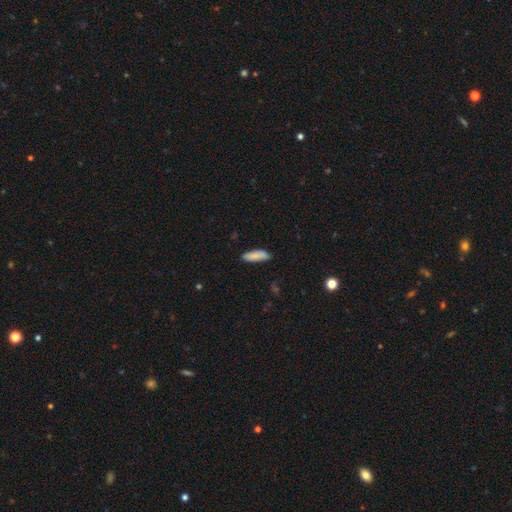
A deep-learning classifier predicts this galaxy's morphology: Overall: smooth (86%). How rounded: in between (53%; cigar-shaped 45%). Merging: none (83%).